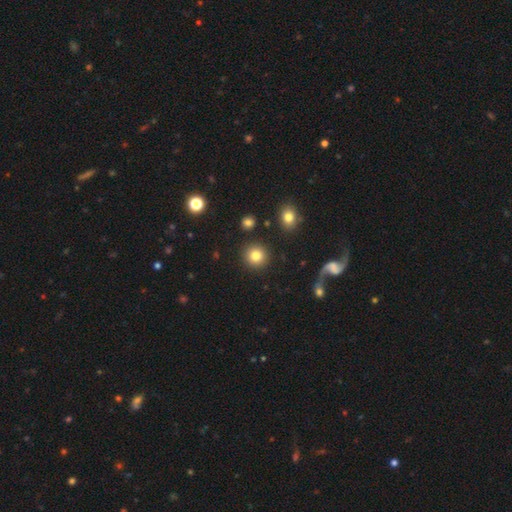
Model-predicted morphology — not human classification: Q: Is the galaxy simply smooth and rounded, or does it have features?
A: smooth — 83%.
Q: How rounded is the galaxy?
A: round — 93%.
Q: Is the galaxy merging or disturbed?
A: none — 90%.